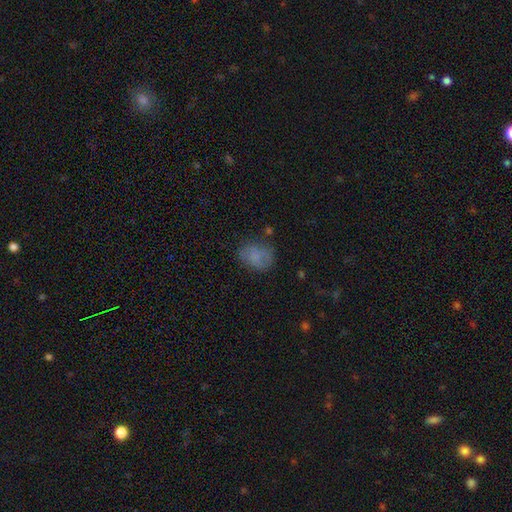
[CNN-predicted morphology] A smooth galaxy with no disk features (72%) that is in between round and cigar-shaped (59%). Merging: none (60%).